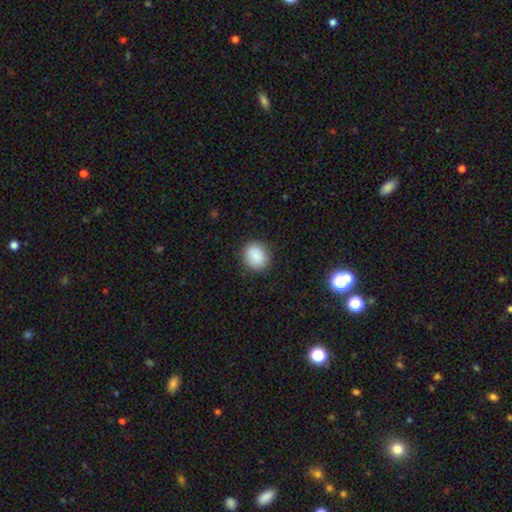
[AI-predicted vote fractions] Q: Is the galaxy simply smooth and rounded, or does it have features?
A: smooth — 87%.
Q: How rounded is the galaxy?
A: round — 69%.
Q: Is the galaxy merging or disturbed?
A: none — 87%.